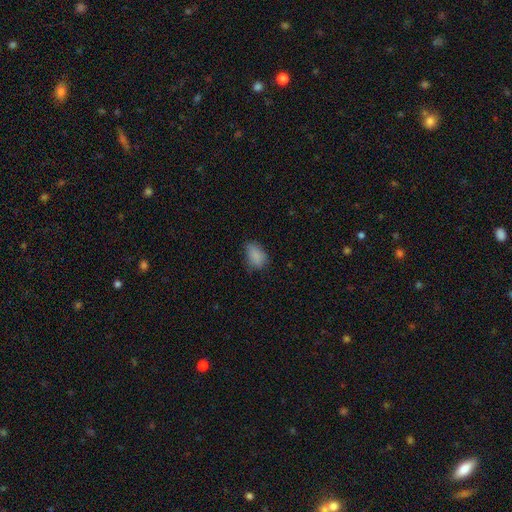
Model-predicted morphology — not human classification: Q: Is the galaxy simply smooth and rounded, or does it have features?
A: smooth — 85%.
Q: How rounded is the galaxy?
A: in between — 88%.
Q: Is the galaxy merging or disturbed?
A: none — 63%.